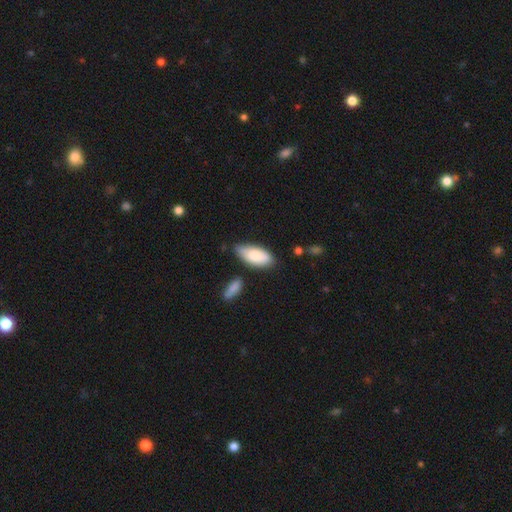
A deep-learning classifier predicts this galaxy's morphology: smooth-or-featured: smooth: 83% | featured or disk: 12% | star or artifact: 6%
  how-rounded: in between: 89% | cigar-shaped: 9% | round: 2%
  merging: none: 64% | minor disturbance: 25% | merger: 6% | major disturbance: 5%